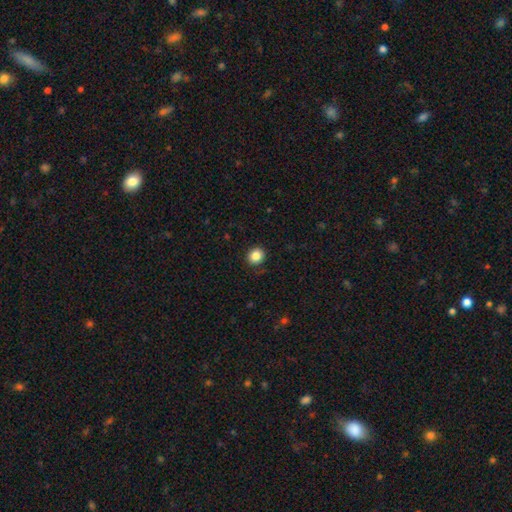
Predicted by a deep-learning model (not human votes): Smooth or featured: smooth — 85% (star or artifact — 10%)
How rounded: round — 81% (in between — 19%)
Merging: none — 89% (minor disturbance — 8%)